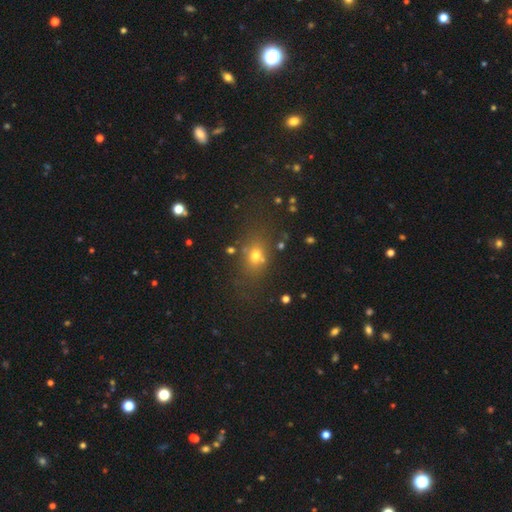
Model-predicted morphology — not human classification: This is likely a smooth galaxy (66%). How rounded: possibly in between (56%). Merging: likely none (71%).